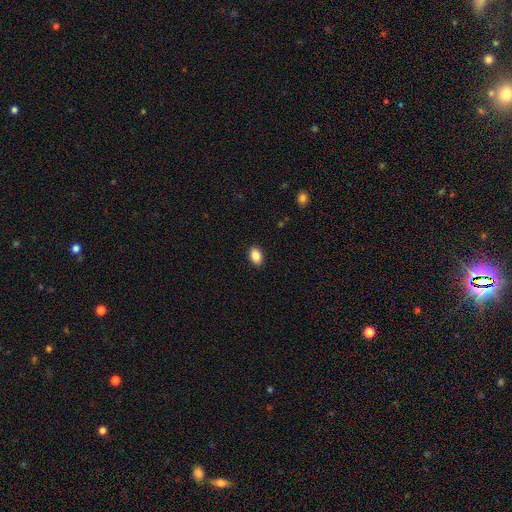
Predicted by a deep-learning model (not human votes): Smooth or featured? Predicted: smooth (p=0.88). How rounded? Predicted: in between (p=0.85). Merging? Predicted: none (p=0.89).